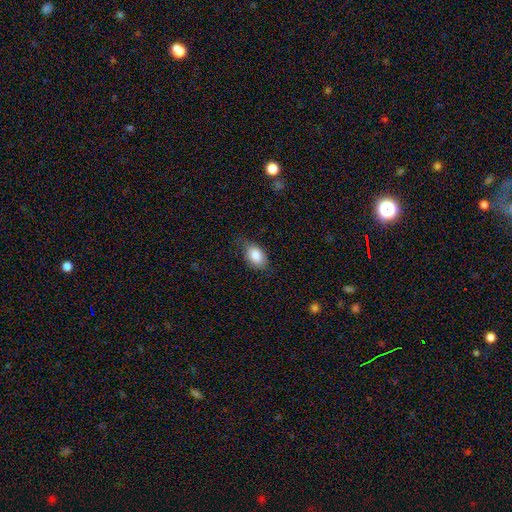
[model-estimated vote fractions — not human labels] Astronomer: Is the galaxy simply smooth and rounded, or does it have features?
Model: smooth — 82%.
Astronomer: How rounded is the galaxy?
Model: in between — 87%.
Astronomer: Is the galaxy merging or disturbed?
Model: none — 69%.